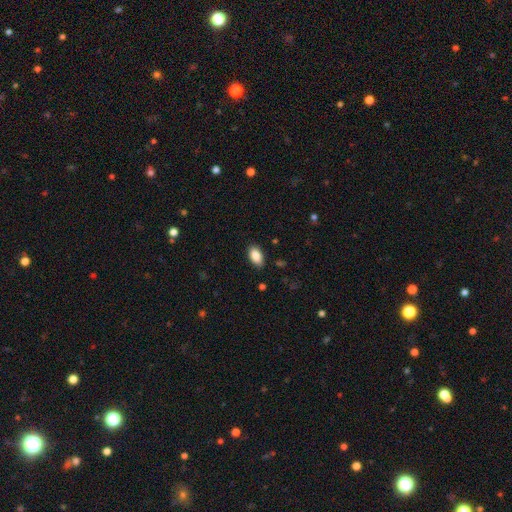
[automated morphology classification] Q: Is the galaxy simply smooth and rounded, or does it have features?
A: smooth — 88%.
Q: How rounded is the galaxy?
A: in between — 93%.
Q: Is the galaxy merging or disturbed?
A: none — 86%.